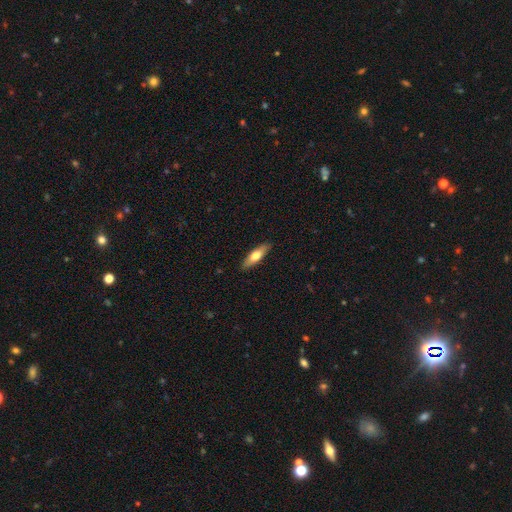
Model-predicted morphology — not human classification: Smooth or featured? Predicted: smooth (p=0.63). How rounded? Predicted: cigar-shaped (p=0.55). Merging? Predicted: none (p=0.88).